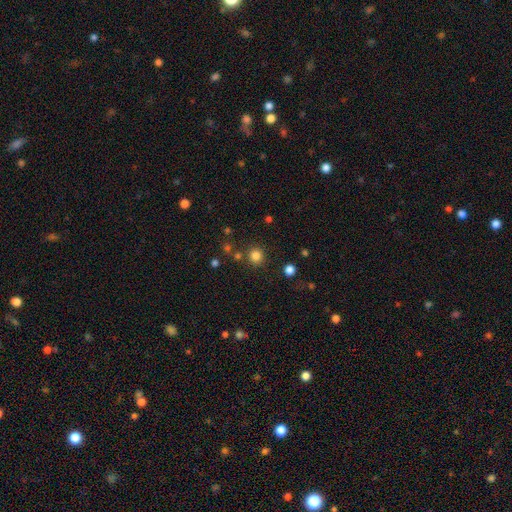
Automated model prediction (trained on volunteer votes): This appears to be a smooth galaxy with no disk features (81%) that is round (93%). Merging: none (85%).